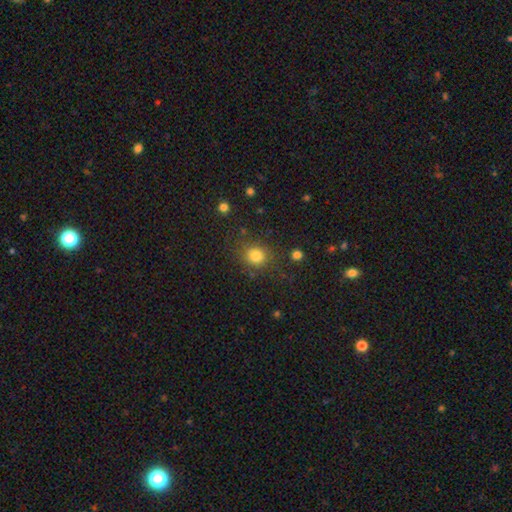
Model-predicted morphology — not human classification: A smooth galaxy with no disk features (82%) that is round (74%).

Vote fractions:
- Smooth or featured? smooth: 82% / star or artifact: 12% / featured or disk: 6%
- How rounded? round: 74% / in between: 25% / cigar-shaped: 1%
- Merging? none: 79% / minor disturbance: 12% / major disturbance: 5% / merger: 4%